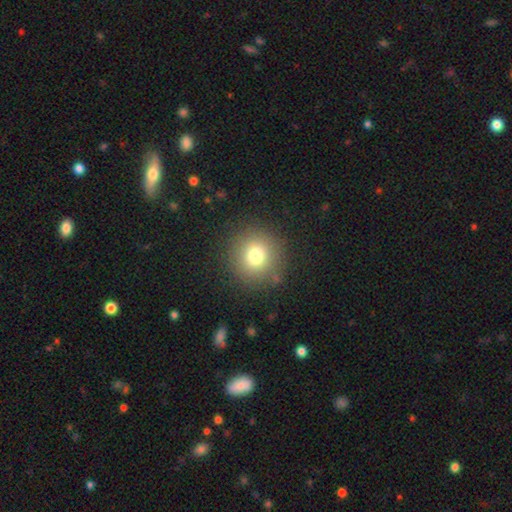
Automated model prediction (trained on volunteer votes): smooth-or-featured: smooth: 77% | star or artifact: 14% | featured or disk: 10%
  how-rounded: round: 94% | in between: 5% | cigar-shaped: 1%
  merging: none: 90% | minor disturbance: 6% | major disturbance: 2% | merger: 2%